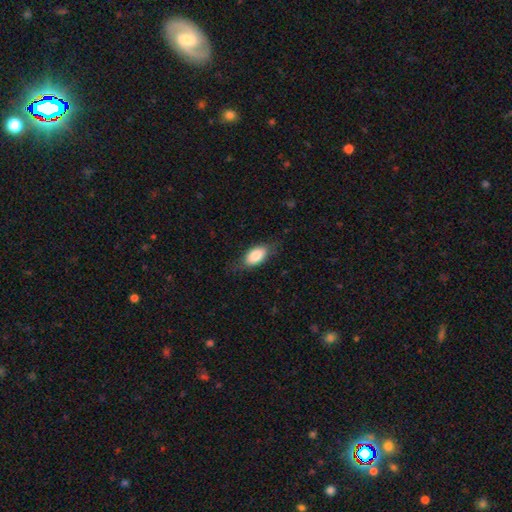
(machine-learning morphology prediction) smooth_or_featured: smooth (p=0.82) [alt: featured or disk p=0.12]
how_rounded: in between (p=0.91) [alt: cigar-shaped p=0.05]
merging: none (p=0.73) [alt: minor disturbance p=0.19]